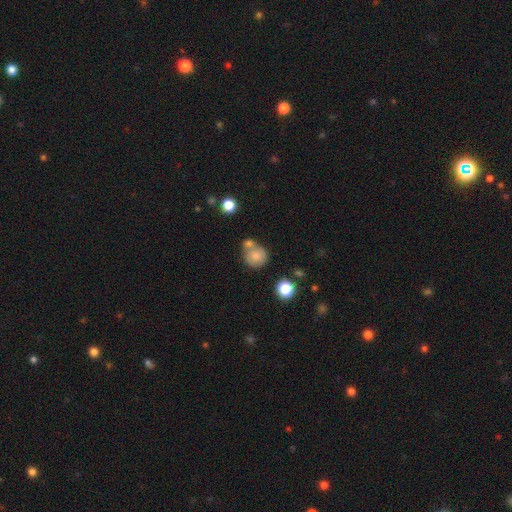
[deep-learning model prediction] The model was most divided on "merging": none: 49%, merger: 34%, minor disturbance: 13%, major disturbance: 5%. More confident: how rounded — round (86%); smooth or featured — smooth (79%).